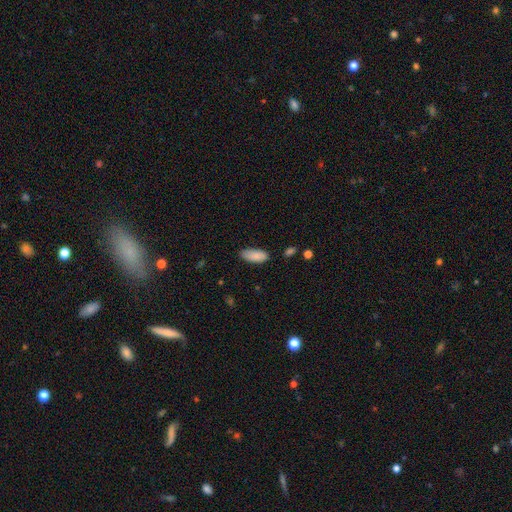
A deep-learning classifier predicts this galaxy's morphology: The model was most divided on "merging": none: 78%, minor disturbance: 17%, major disturbance: 3%, merger: 2%. More confident: smooth or featured — smooth (88%); how rounded — in between (85%).